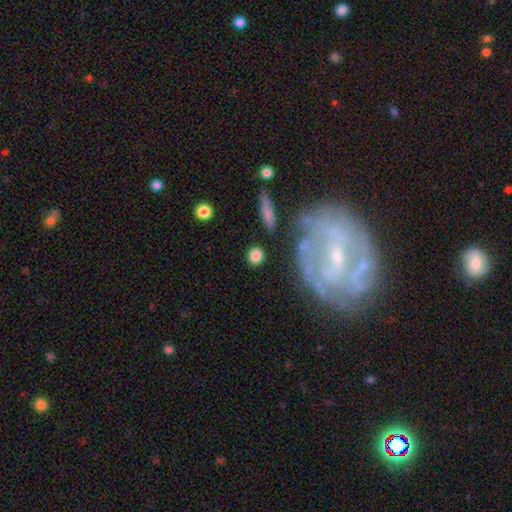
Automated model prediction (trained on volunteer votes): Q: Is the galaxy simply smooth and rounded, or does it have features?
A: smooth — 83%.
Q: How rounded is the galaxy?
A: round — 82%.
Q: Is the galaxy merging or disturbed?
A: none — 84%.